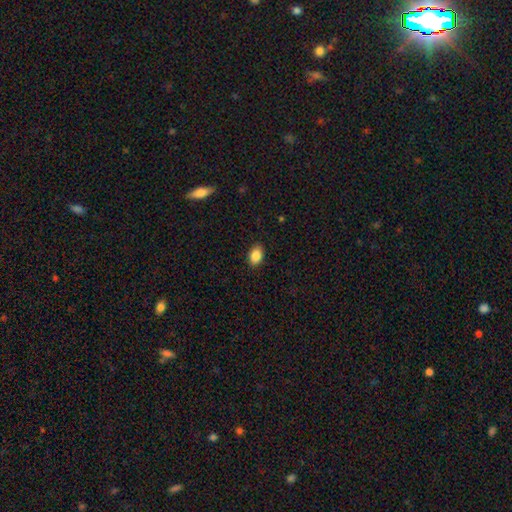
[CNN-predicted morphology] type=smooth (87%); roundness=in between (84%); merging=none (88%).